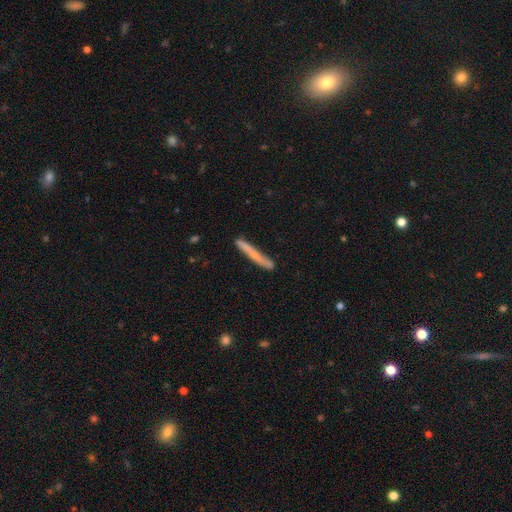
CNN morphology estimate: smooth-or-featured: smooth: 59% | featured or disk: 36% | star or artifact: 6%
  how-rounded: cigar-shaped: 96% | in between: 3% | round: 1%
  merging: none: 79% | minor disturbance: 15% | merger: 3% | major disturbance: 3%